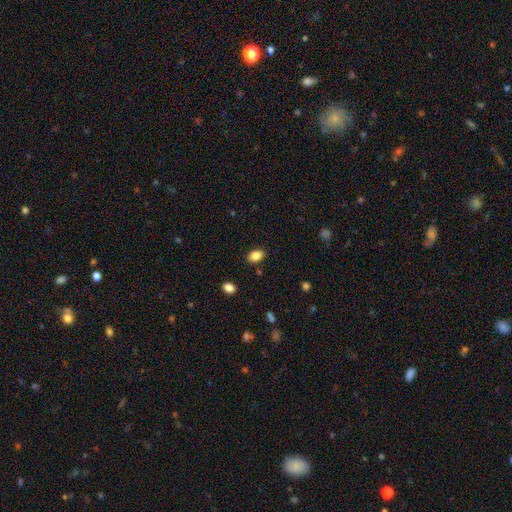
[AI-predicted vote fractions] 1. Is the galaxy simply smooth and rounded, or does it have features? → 85% smooth, 9% star or artifact, 6% featured or disk.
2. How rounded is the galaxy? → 83% in between, 15% round, 1% cigar-shaped.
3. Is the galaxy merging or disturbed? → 86% none, 10% minor disturbance, 2% major disturbance, 2% merger.